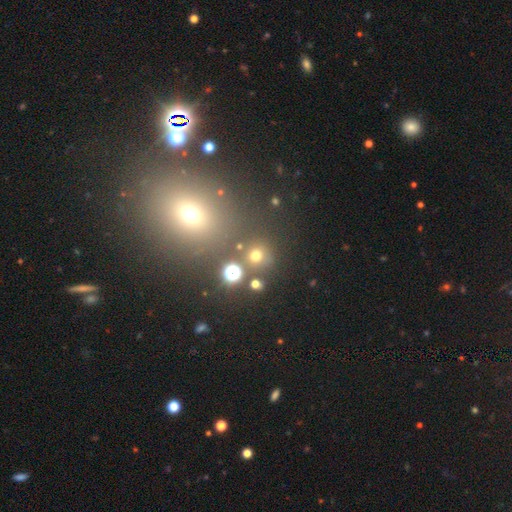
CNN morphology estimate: type=smooth (66%); roundness=round (91%); merging=none (79%).